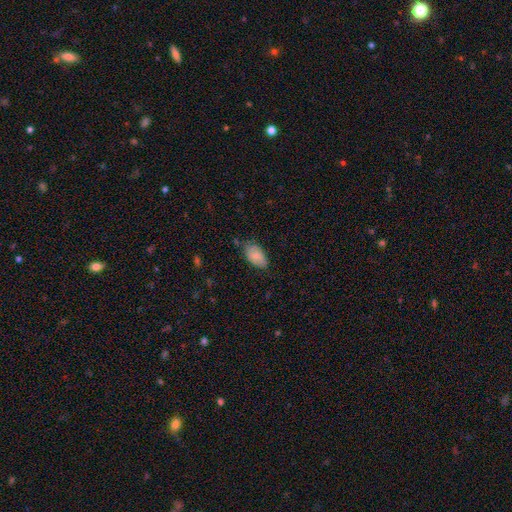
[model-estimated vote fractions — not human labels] Q: Smooth or featured?
A: smooth (79%); runner-up: featured or disk (14%)
Q: How rounded?
A: in between (93%); runner-up: round (5%)
Q: Merging?
A: none (62%); runner-up: minor disturbance (30%)